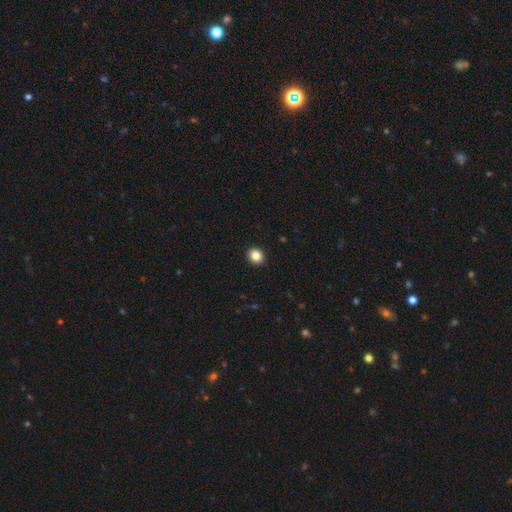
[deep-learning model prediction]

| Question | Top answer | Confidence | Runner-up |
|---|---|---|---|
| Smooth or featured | smooth | 86% | star or artifact (10%) |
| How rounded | round | 74% | in between (25%) |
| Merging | none | 93% | minor disturbance (5%) |